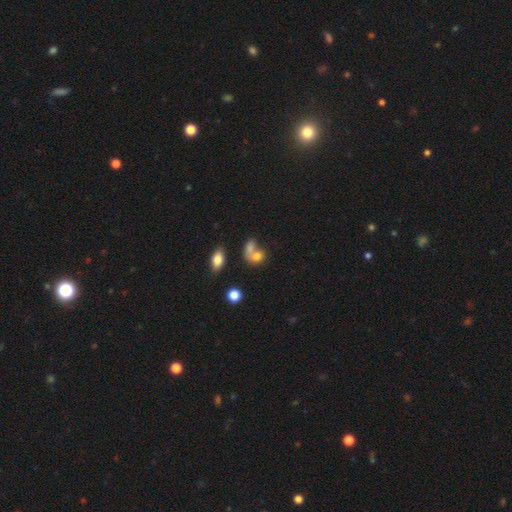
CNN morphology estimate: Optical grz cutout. It shows a smooth galaxy with no disk features (73%) that is in between round and cigar-shaped (55%). Merging: merger (58%).